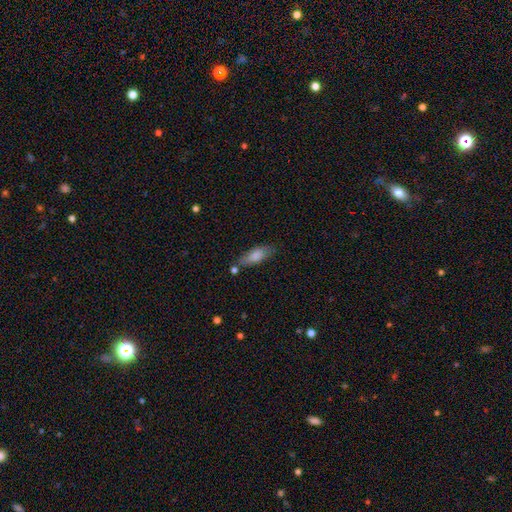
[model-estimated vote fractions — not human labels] A smooth galaxy with no disk features (79%) that is in between round and cigar-shaped (66%).

Vote fractions:
- Smooth or featured? smooth: 79% / featured or disk: 14% / star or artifact: 7%
- How rounded? in between: 66% / cigar-shaped: 32% / round: 2%
- Merging? none: 65% / minor disturbance: 20% / merger: 9% / major disturbance: 5%